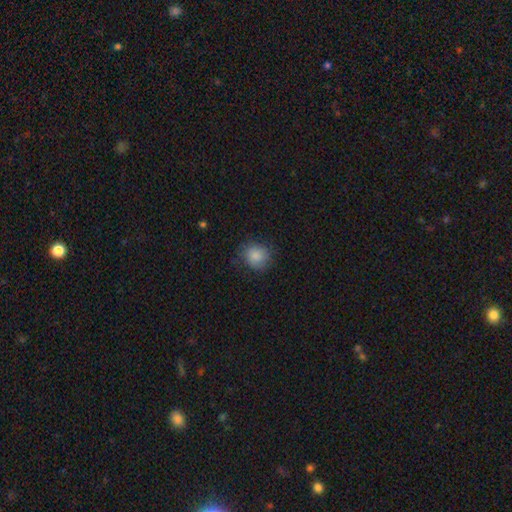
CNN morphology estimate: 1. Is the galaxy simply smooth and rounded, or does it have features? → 86% smooth, 8% star or artifact, 6% featured or disk.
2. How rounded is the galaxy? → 79% round, 20% in between, 1% cigar-shaped.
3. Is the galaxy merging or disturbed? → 77% none, 17% minor disturbance, 5% major disturbance, 1% merger.